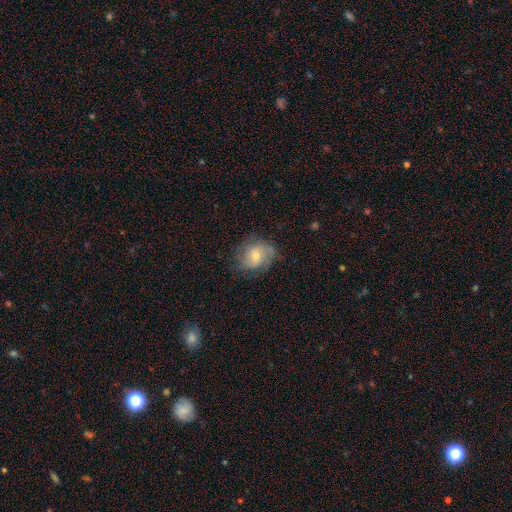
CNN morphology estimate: The model was most divided on "smooth or featured": smooth: 51%, featured or disk: 41%, star or artifact: 8%. More confident: merging — none (66%); how rounded — round (58%).